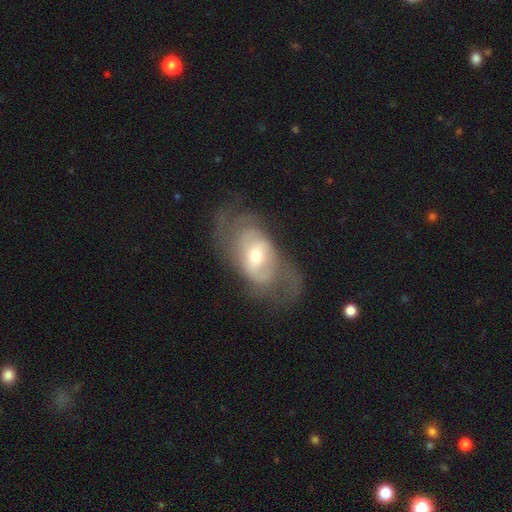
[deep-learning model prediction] smooth_or_featured: featured or disk (p=0.70) [alt: smooth p=0.23]
disk_edge_on: no (p=0.93) [alt: yes p=0.07]
bar: no (p=0.46) [alt: weak p=0.41]
has_spiral_arms: yes (p=0.77) [alt: no p=0.23]
spiral_winding: medium (p=0.41) [alt: tight p=0.37]
spiral_arm_count: 2 (p=0.47) [alt: can't tell p=0.36]
bulge_size: moderate (p=0.58) [alt: small p=0.32]
merging: none (p=0.56) [alt: minor disturbance p=0.22]